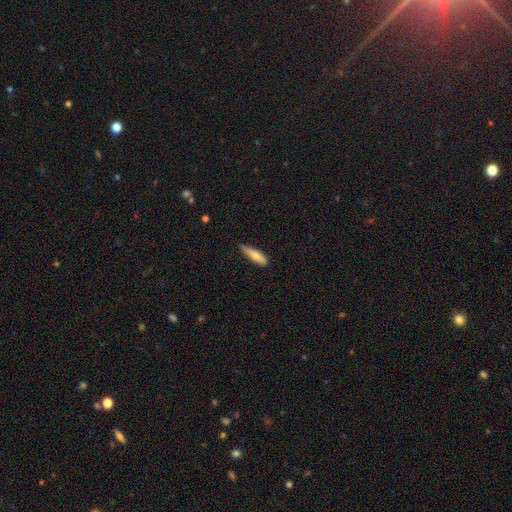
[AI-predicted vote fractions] This appears to be a smooth galaxy with no disk features (77%) that is cigar-shaped (69%). Merging: none (72%).